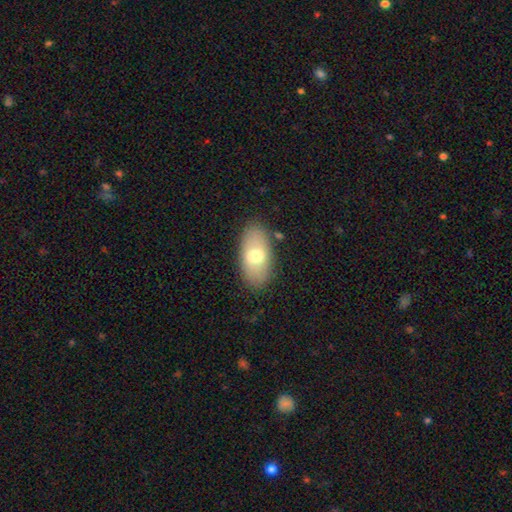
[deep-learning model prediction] Smooth or featured: smooth — 67% (featured or disk — 26%)
How rounded: in between — 92% (round — 4%)
Merging: none — 83% (minor disturbance — 12%)